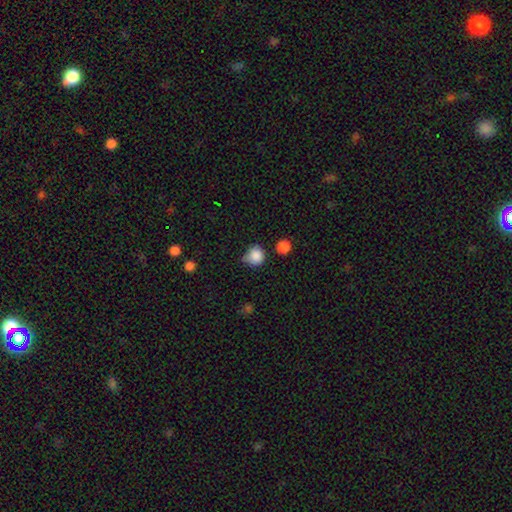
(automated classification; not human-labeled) This appears to be a smooth galaxy with no disk features (85%) that is round (85%). Merging: none (56%).